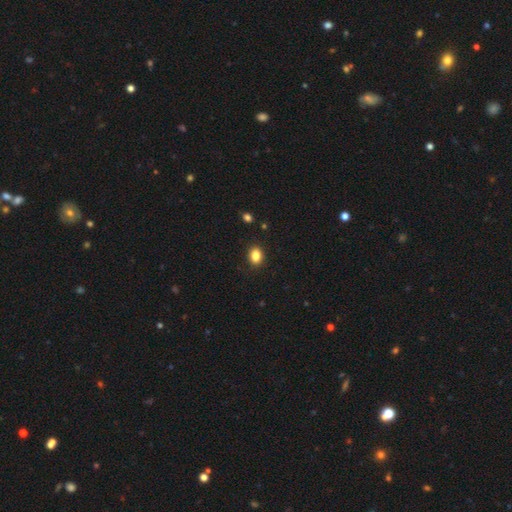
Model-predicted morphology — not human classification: This appears to be a smooth galaxy with no disk features (85%) that is in between round and cigar-shaped (64%). Merging: none (89%).